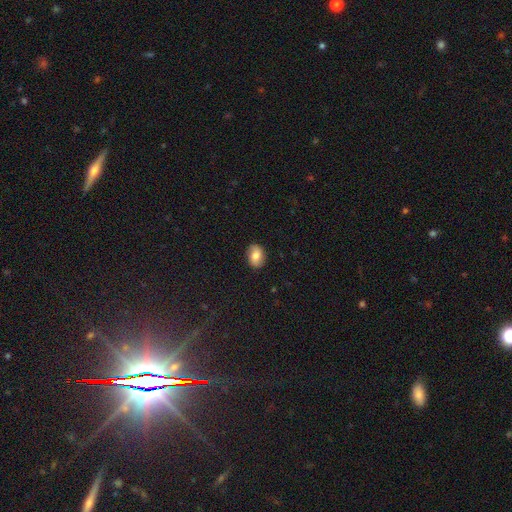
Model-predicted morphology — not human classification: Smooth or featured? Predicted: smooth (p=0.74). How rounded? Predicted: in between (p=0.77). Merging? Predicted: none (p=0.86).